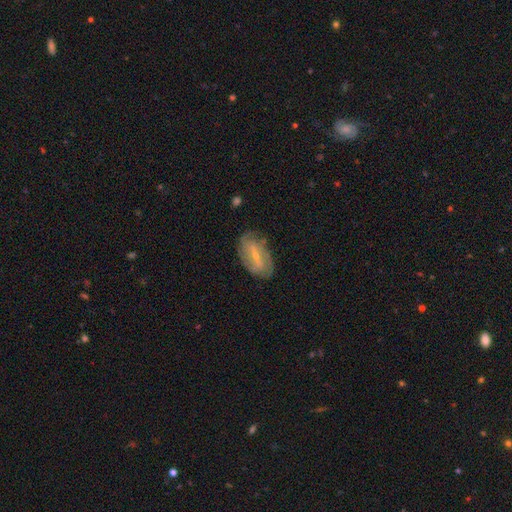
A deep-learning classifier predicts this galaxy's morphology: This appears to be a featured or disk galaxy (69%) with a weak bar (42%), spiral arms (73%) and a small central bulge (69%). Merging: none (73%).